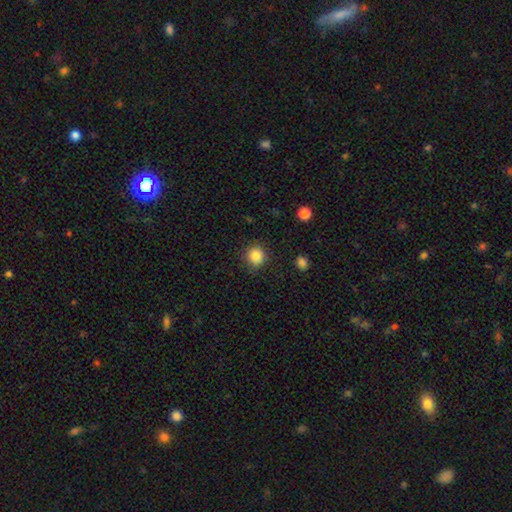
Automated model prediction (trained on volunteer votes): A smooth galaxy with no disk features (85%) that is round (89%). Merging: none (87%).